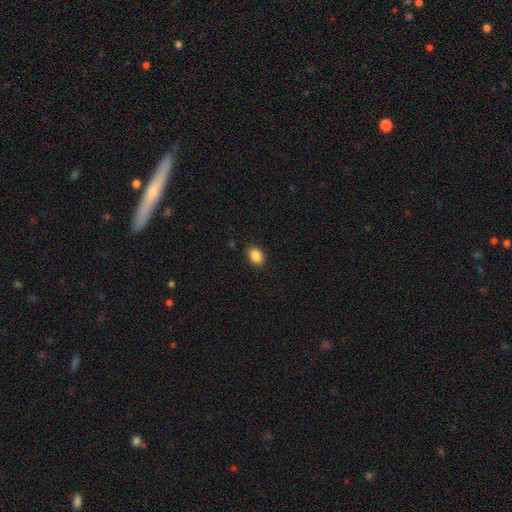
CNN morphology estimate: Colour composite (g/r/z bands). It shows a smooth galaxy with no disk features (88%) that is in between round and cigar-shaped (77%). Merging: none (88%).